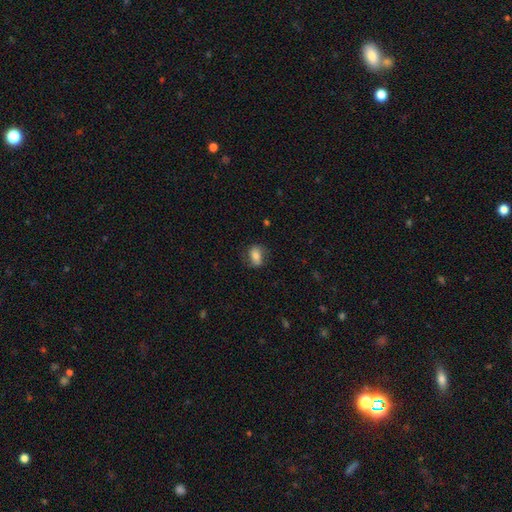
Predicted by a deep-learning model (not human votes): This is likely a smooth galaxy (72%). How rounded: likely in between (77%). Merging: likely none (73%).